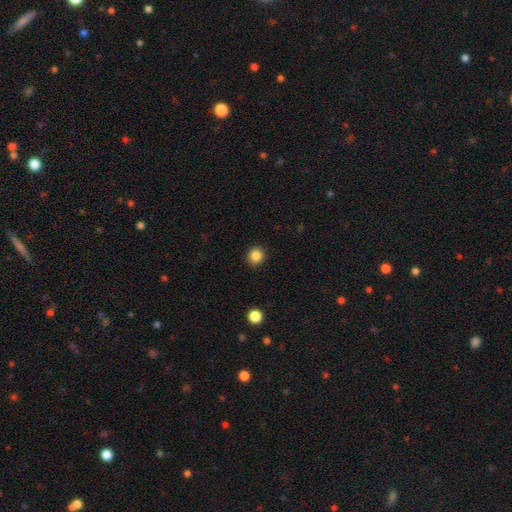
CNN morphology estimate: A smooth galaxy with no disk features (86%) that is round (92%). Merging: none (92%).